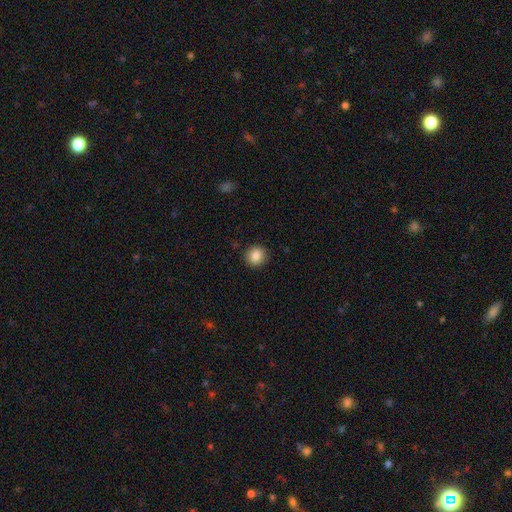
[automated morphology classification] Q: Smooth or featured?
A: smooth (85%); runner-up: star or artifact (9%)
Q: How rounded?
A: round (89%); runner-up: in between (10%)
Q: Merging?
A: none (91%); runner-up: minor disturbance (6%)